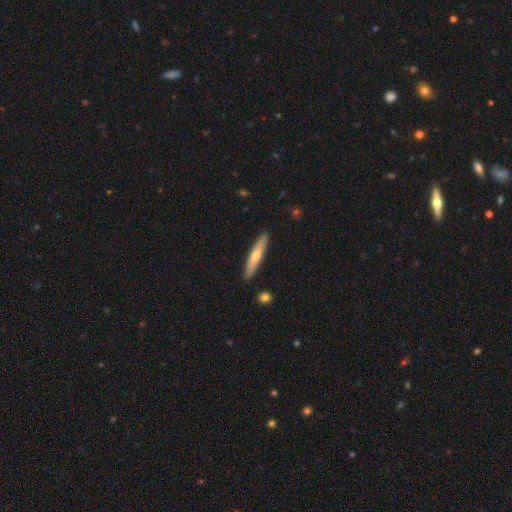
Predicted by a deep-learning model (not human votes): smooth-or-featured: smooth: 52% | featured or disk: 43% | star or artifact: 6%
  how-rounded: cigar-shaped: 91% | in between: 7% | round: 1%
  merging: none: 90% | minor disturbance: 7% | major disturbance: 1% | merger: 1%